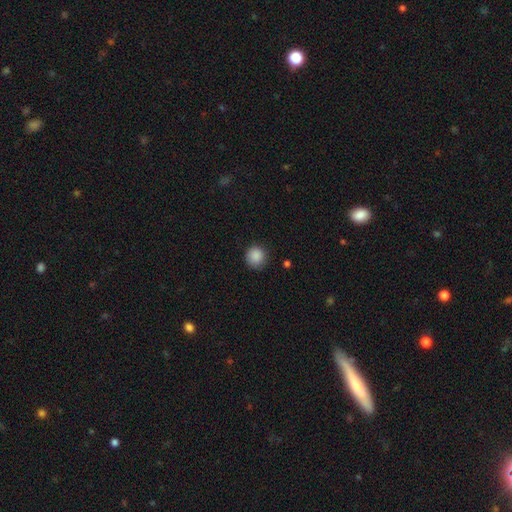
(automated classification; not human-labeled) Smooth or featured? Predicted: smooth (p=0.88). How rounded? Predicted: round (p=0.93). Merging? Predicted: none (p=0.87).